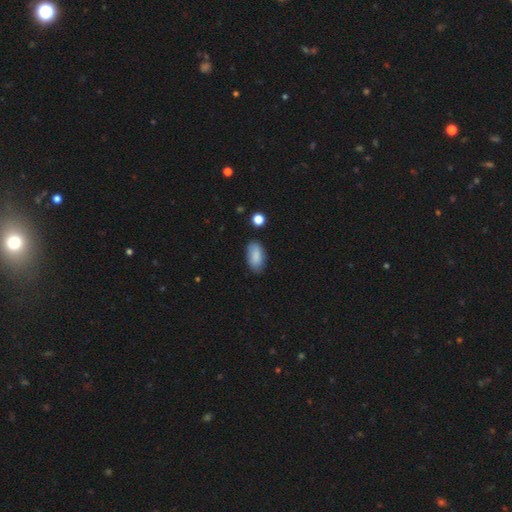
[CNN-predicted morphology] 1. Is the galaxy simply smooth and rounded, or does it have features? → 85% smooth, 8% featured or disk, 7% star or artifact.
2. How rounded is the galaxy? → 93% in between, 4% cigar-shaped, 3% round.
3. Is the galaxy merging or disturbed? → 77% none, 17% minor disturbance, 3% major disturbance, 3% merger.